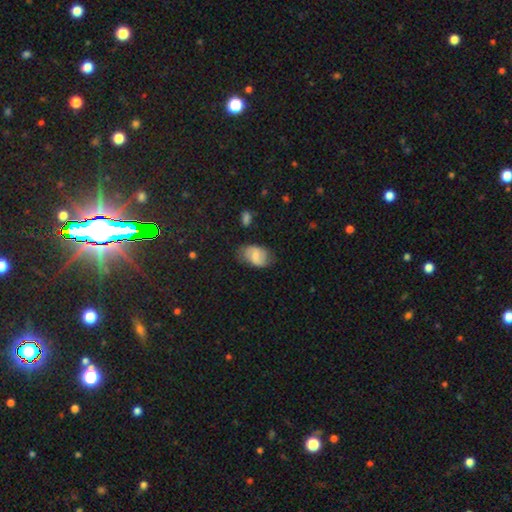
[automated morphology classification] This appears to be a smooth galaxy with no disk features (60%) that is in between round and cigar-shaped (86%). Merging: none (65%).